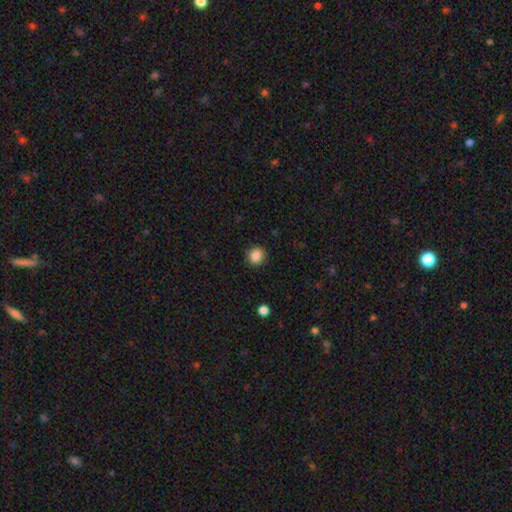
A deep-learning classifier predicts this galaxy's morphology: Q: Smooth or featured?
A: smooth (85%); runner-up: star or artifact (10%)
Q: How rounded?
A: round (88%); runner-up: in between (11%)
Q: Merging?
A: none (89%); runner-up: minor disturbance (8%)